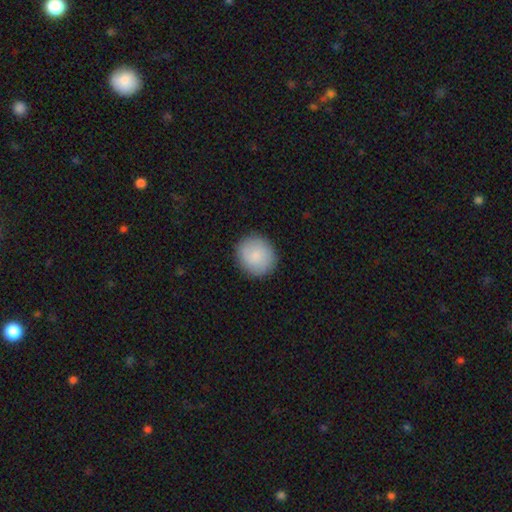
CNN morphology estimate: This is clearly a smooth galaxy (82%). How rounded: clearly round (86%). Merging: clearly none (89%).